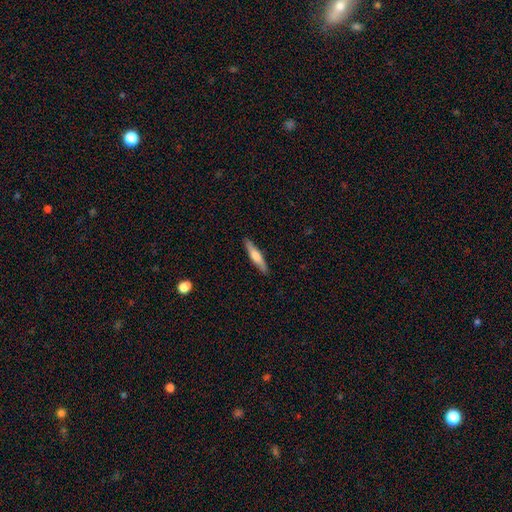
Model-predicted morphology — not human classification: A smooth galaxy with no disk features (60%) that is cigar-shaped (87%).

Vote fractions:
- Smooth or featured? smooth: 60% / featured or disk: 34% / star or artifact: 5%
- How rounded? cigar-shaped: 87% / in between: 11% / round: 1%
- Merging? none: 89% / minor disturbance: 8% / major disturbance: 2% / merger: 1%